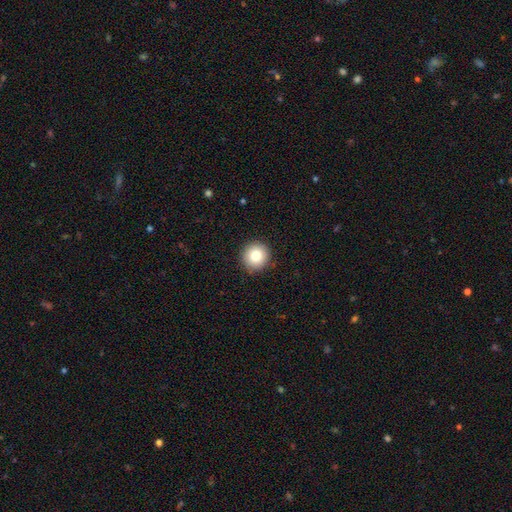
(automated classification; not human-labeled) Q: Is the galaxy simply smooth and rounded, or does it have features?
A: smooth — 83%.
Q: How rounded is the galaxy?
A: round — 94%.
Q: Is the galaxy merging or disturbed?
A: none — 91%.